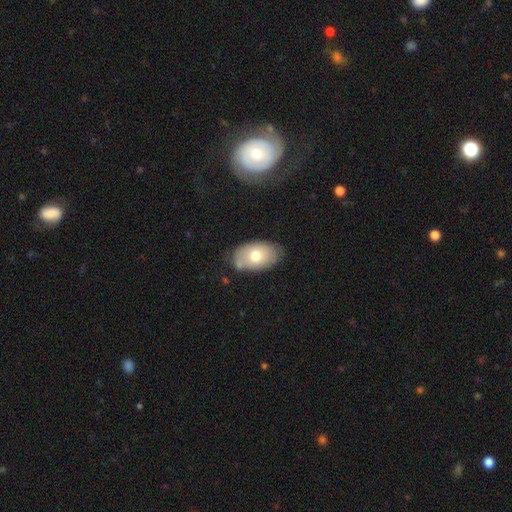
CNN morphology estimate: This is likely a smooth galaxy (69%). How rounded: clearly in between (91%). Merging: likely none (70%).